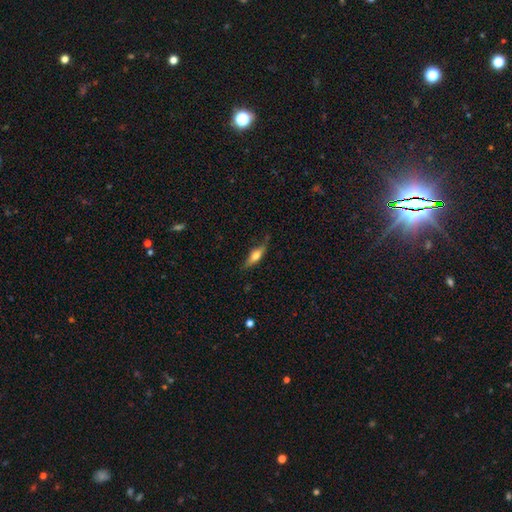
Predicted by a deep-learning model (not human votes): Q: Smooth or featured?
A: smooth (53%); runner-up: featured or disk (40%)
Q: How rounded?
A: cigar-shaped (51%); runner-up: in between (46%)
Q: Merging?
A: none (70%); runner-up: minor disturbance (23%)